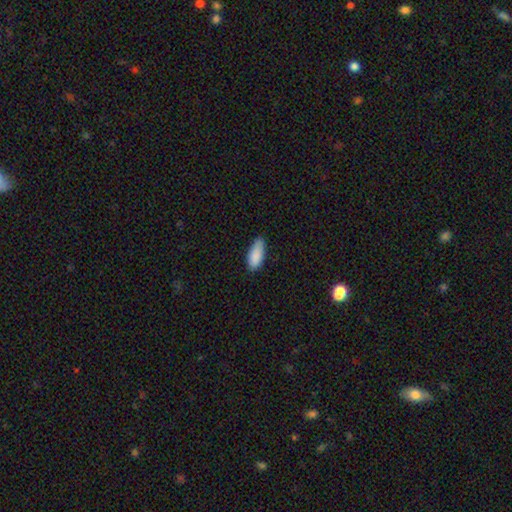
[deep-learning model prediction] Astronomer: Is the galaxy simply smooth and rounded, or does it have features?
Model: smooth — 89%.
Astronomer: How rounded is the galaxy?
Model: in between — 85%.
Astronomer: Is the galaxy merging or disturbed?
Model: none — 71%.